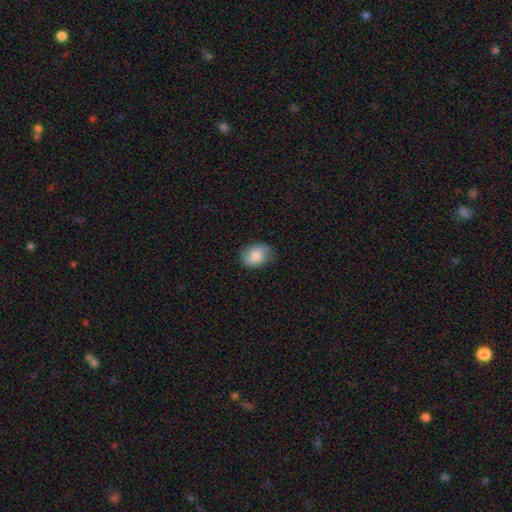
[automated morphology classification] This appears to be a smooth galaxy with no disk features (81%) that is in between round and cigar-shaped (73%). Merging: none (75%).